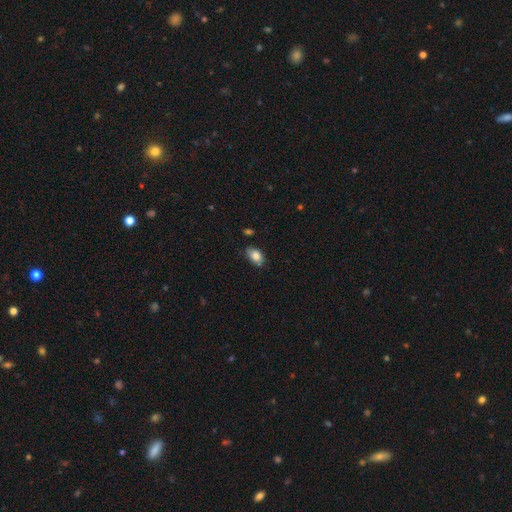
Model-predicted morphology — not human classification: This is clearly a smooth galaxy (85%). How rounded: clearly in between (90%). Merging: likely none (76%).